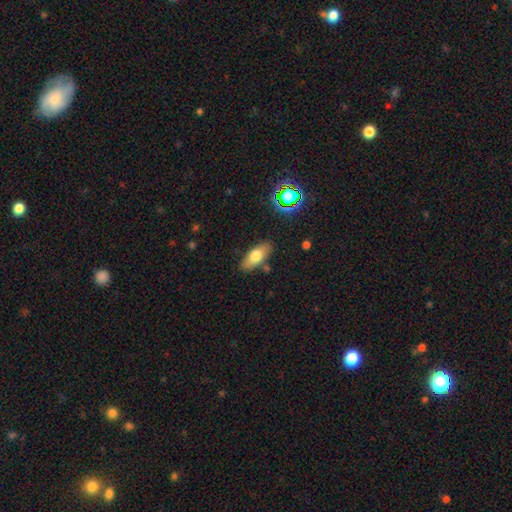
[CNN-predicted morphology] smooth 70%, featured or disk 21%, star or artifact 9%. Down the decision tree: how rounded — in between (81%); merging — none (82%).